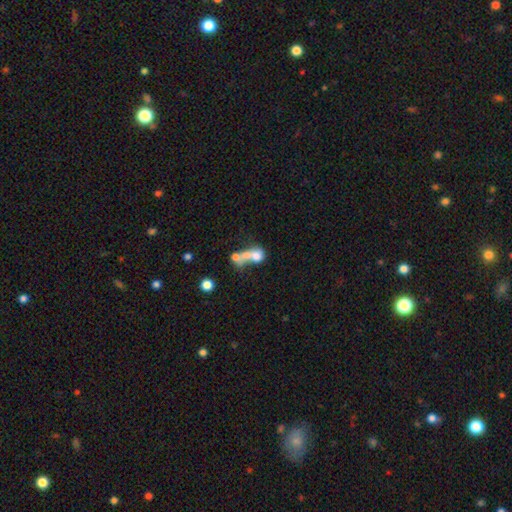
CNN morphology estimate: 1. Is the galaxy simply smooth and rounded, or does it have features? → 60% smooth, 28% featured or disk, 12% star or artifact.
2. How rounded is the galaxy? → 48% in between, 47% round, 5% cigar-shaped.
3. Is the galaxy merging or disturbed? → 64% merger, 15% major disturbance, 14% none, 7% minor disturbance.